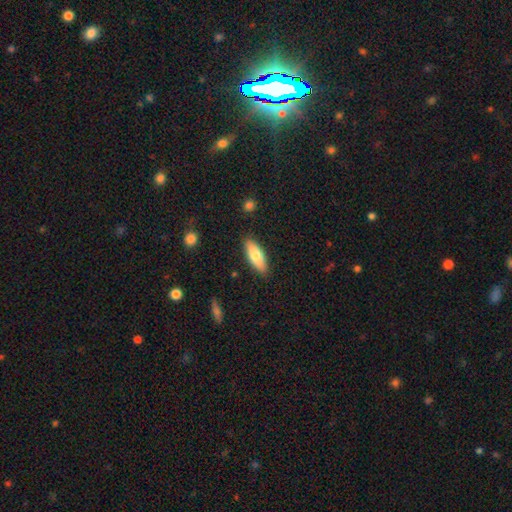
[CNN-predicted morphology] type=smooth (72%); roundness=in between (61%); merging=none (87%).